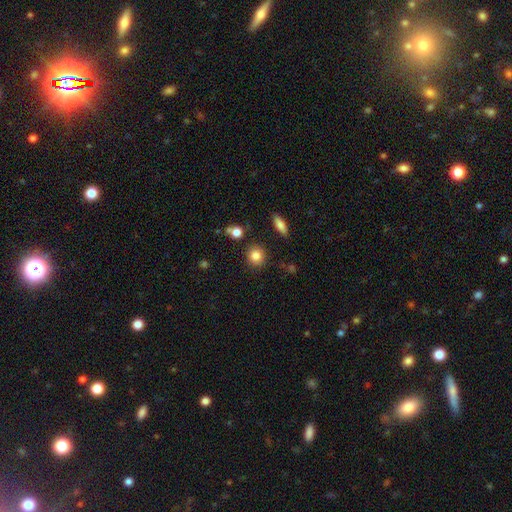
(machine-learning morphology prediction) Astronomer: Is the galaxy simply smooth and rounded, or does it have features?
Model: smooth — 84%.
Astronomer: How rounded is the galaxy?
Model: round — 86%.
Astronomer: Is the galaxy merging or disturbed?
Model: none — 87%.